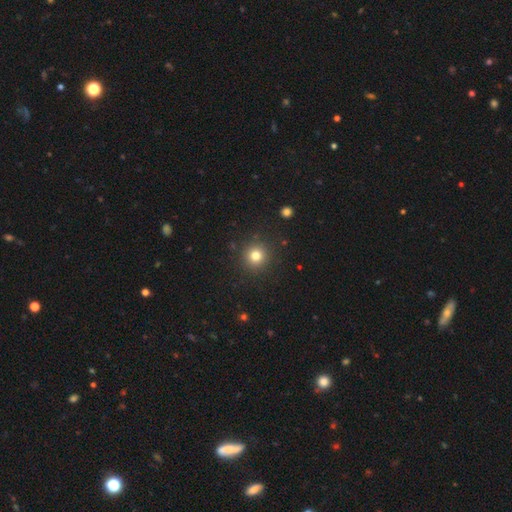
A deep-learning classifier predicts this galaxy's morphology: A smooth galaxy with no disk features (80%) that is round (94%).

Vote fractions:
- Smooth or featured? smooth: 80% / star or artifact: 14% / featured or disk: 7%
- How rounded? round: 94% / in between: 5% / cigar-shaped: 1%
- Merging? none: 90% / minor disturbance: 6% / major disturbance: 2% / merger: 1%